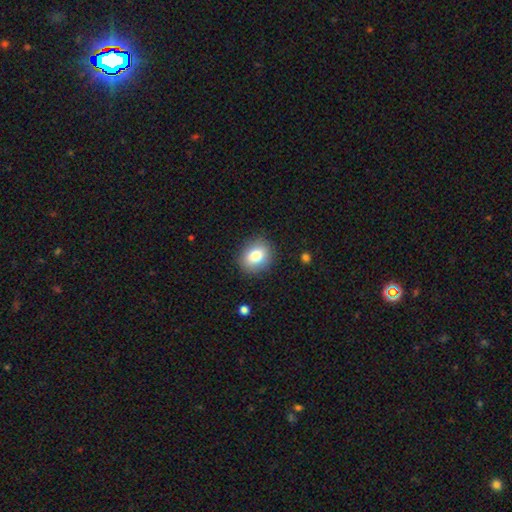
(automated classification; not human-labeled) A smooth galaxy with no disk features (79%) that is round (55%).

Vote fractions:
- Smooth or featured? smooth: 79% / featured or disk: 11% / star or artifact: 10%
- How rounded? round: 55% / in between: 44% / cigar-shaped: 1%
- Merging? none: 87% / minor disturbance: 9% / major disturbance: 3% / merger: 1%